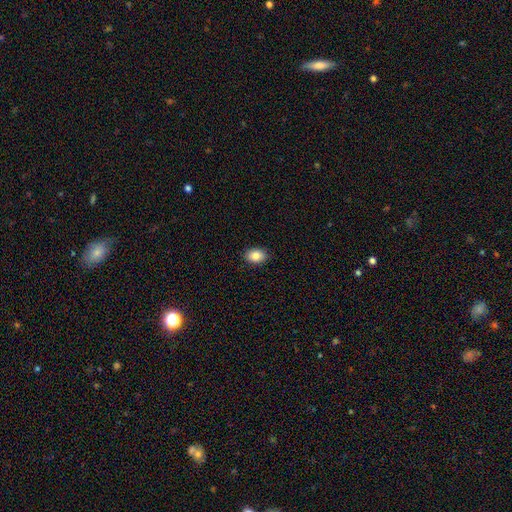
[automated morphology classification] Q: Smooth or featured?
A: smooth (85%); runner-up: star or artifact (8%)
Q: How rounded?
A: in between (79%); runner-up: round (20%)
Q: Merging?
A: none (89%); runner-up: minor disturbance (8%)